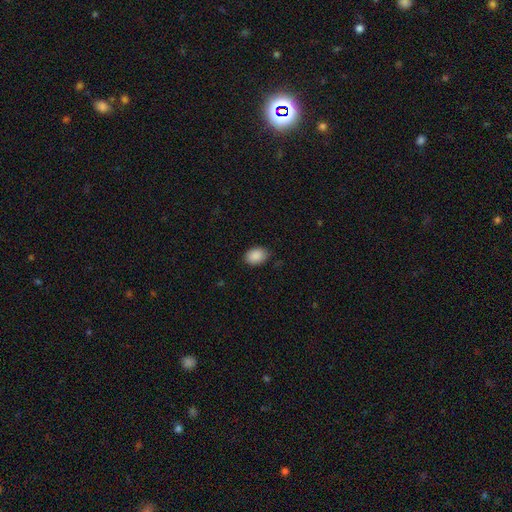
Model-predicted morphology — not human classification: Smooth or featured? Predicted: smooth (p=0.90). How rounded? Predicted: in between (p=0.74). Merging? Predicted: none (p=0.84).